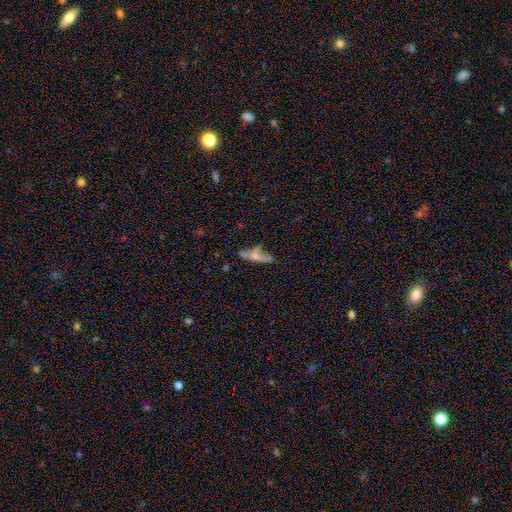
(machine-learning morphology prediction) Smooth or featured?
  - smooth: 50% *
  - featured or disk: 39%
  - star or artifact: 11%
Merging?
  - none: 48% *
  - minor disturbance: 20%
  - merger: 19%
  - major disturbance: 13%